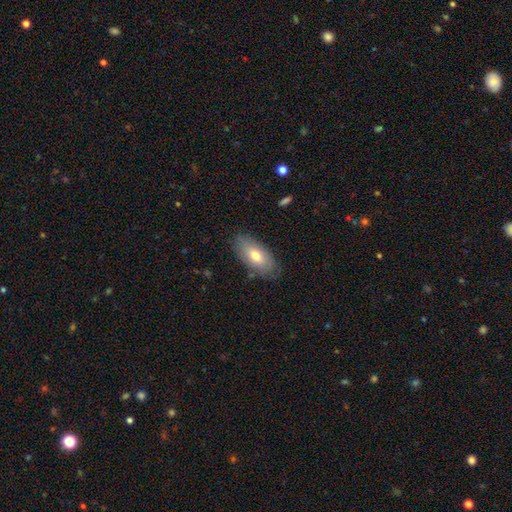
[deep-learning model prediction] Morphology: type=smooth (72%); roundness=in between (89%); merging=none (81%).